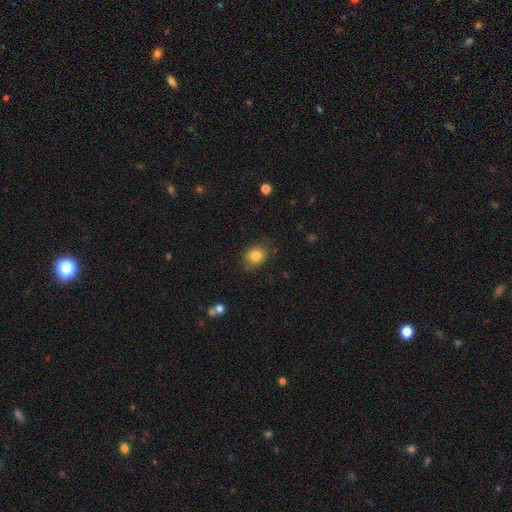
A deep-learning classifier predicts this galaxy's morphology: This appears to be a smooth galaxy with no disk features (82%) that is round (60%). Merging: none (79%).